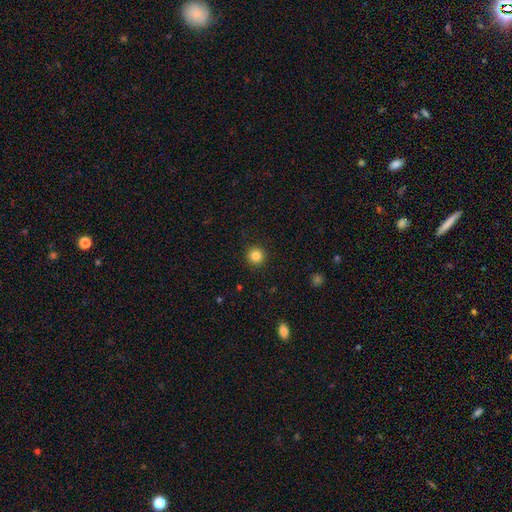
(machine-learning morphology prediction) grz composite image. It shows a smooth galaxy with no disk features (84%) that is round (96%). Merging: none (93%).